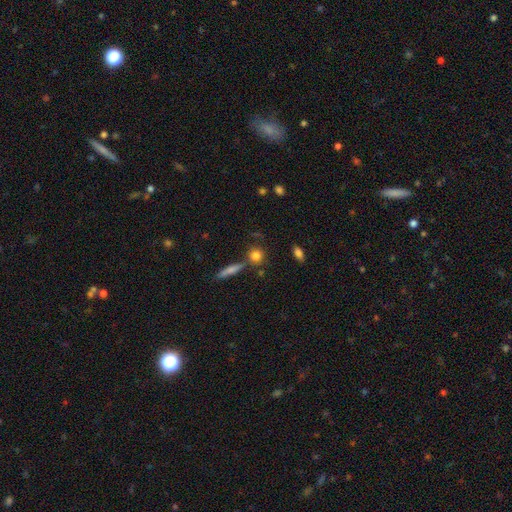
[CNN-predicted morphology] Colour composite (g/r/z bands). It shows a smooth galaxy with no disk features (80%) that is round (80%). Merging: none (72%).